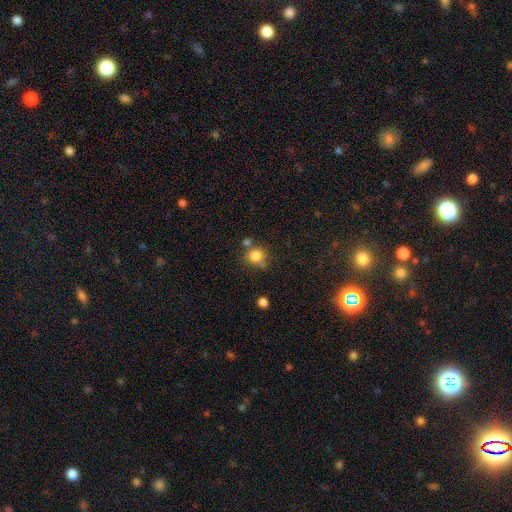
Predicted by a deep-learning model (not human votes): smooth 82%, star or artifact 11%, featured or disk 7%. Down the decision tree: how rounded — round (85%); merging — none (62%).